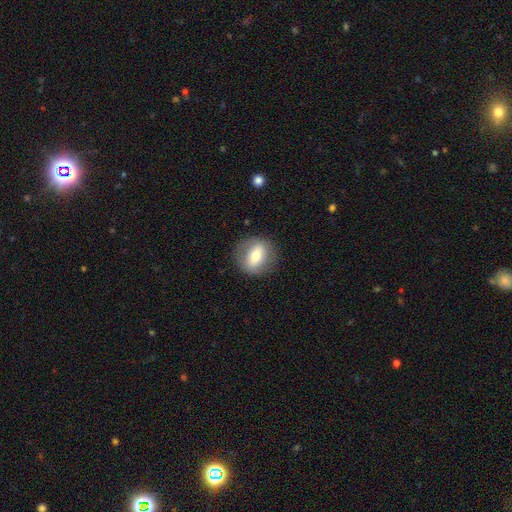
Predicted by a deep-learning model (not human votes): Smooth or featured: smooth — 59% (featured or disk — 33%)
How rounded: round — 65% (in between — 33%)
Merging: none — 83% (minor disturbance — 11%)